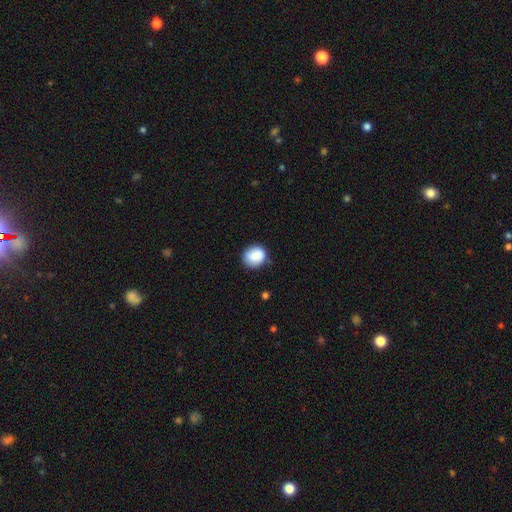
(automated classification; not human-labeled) smooth_or_featured: smooth (p=0.86) [alt: star or artifact p=0.08]
how_rounded: round (p=0.77) [alt: in between p=0.22]
merging: none (p=0.75) [alt: minor disturbance p=0.19]